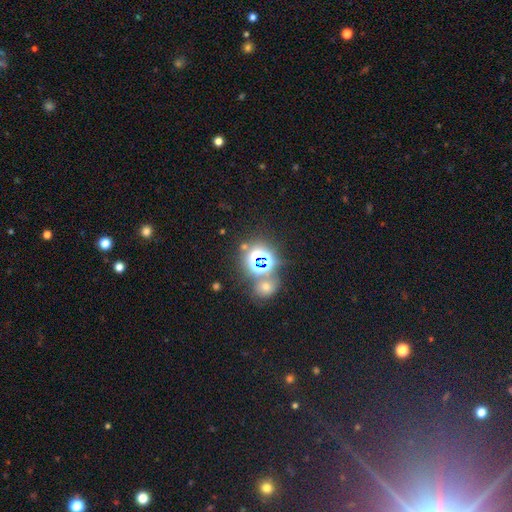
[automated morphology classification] Smooth or featured?
  - star or artifact: 64% *
  - smooth: 27%
  - featured or disk: 9%